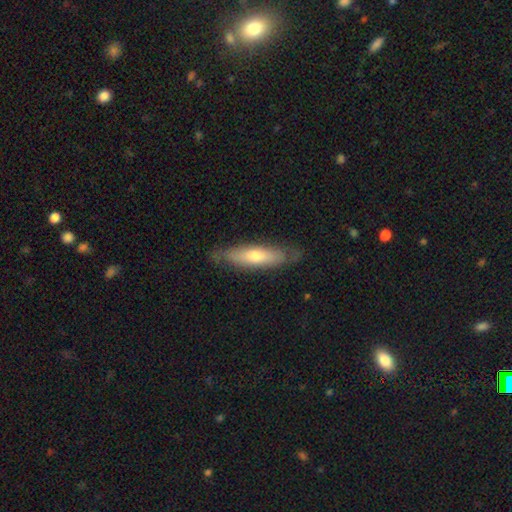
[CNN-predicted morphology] Smooth or featured: smooth — 49% (featured or disk — 45%)
Merging: none — 77% (minor disturbance — 18%)